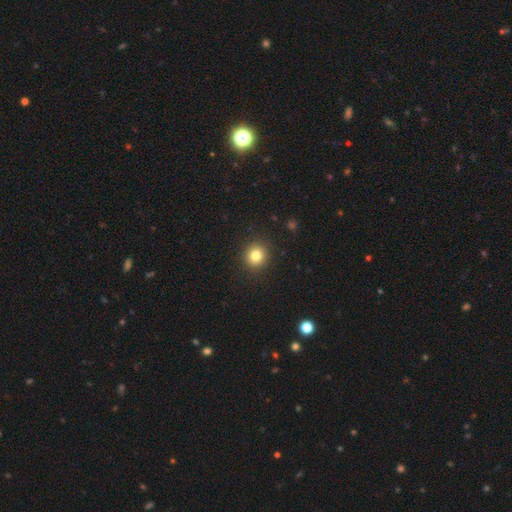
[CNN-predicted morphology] Smooth or featured?
  - smooth: 81% *
  - star or artifact: 12%
  - featured or disk: 7%
How rounded?
  - round: 89% *
  - in between: 10%
  - cigar-shaped: 1%
Merging?
  - none: 91% *
  - minor disturbance: 6%
  - major disturbance: 2%
  - merger: 1%